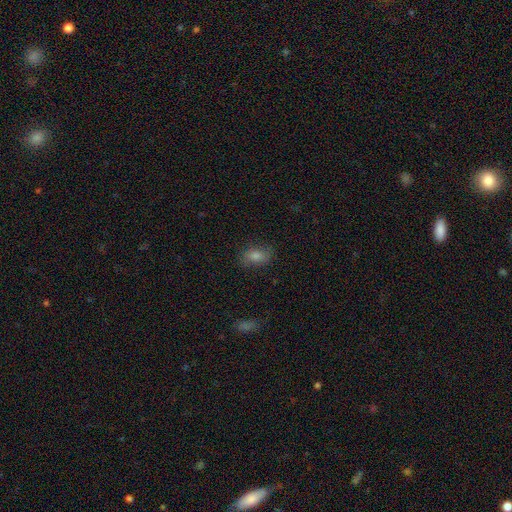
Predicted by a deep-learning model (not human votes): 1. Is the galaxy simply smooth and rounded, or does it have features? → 70% smooth, 16% star or artifact, 14% featured or disk.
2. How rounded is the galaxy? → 81% in between, 16% round, 3% cigar-shaped.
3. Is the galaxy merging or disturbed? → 81% none, 14% minor disturbance, 4% major disturbance, 1% merger.